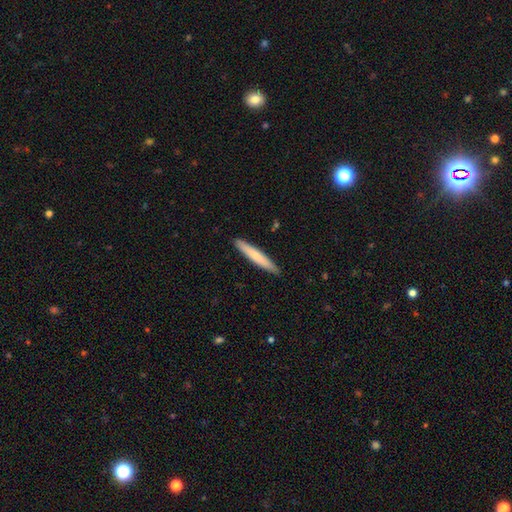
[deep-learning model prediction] A smooth galaxy with no disk features (72%) that is cigar-shaped (95%).

Vote fractions:
- Smooth or featured? smooth: 72% / featured or disk: 23% / star or artifact: 5%
- How rounded? cigar-shaped: 95% / in between: 4% / round: 1%
- Merging? none: 91% / minor disturbance: 6% / major disturbance: 1% / merger: 1%